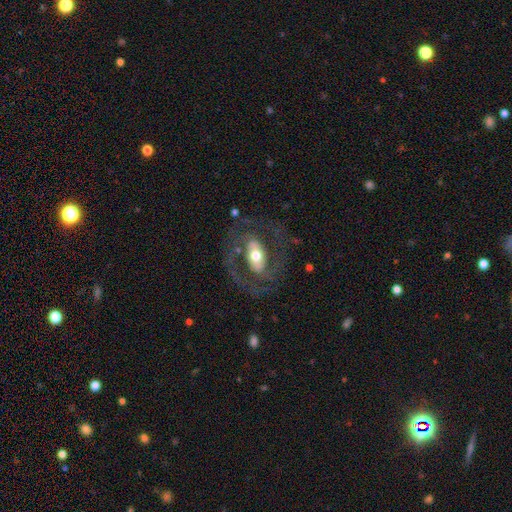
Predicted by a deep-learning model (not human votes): This appears to be a featured or disk galaxy (75%) with no bar (38%), 2 (79%) medium (50%) spiral arms (77%) and a moderate central bulge (64%). Merging: none (66%).